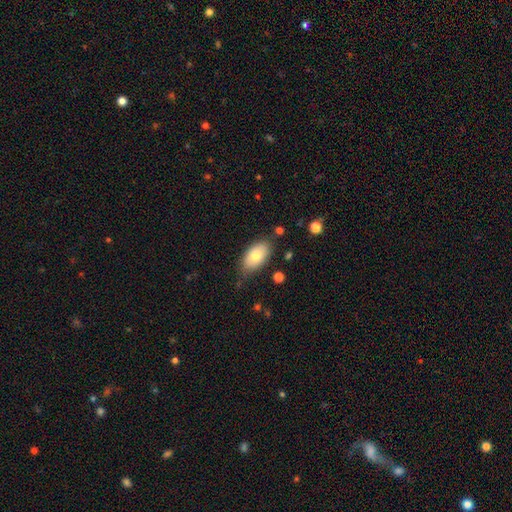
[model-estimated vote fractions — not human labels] This appears to be a smooth galaxy with no disk features (78%) that is in between round and cigar-shaped (93%). Merging: none (74%).